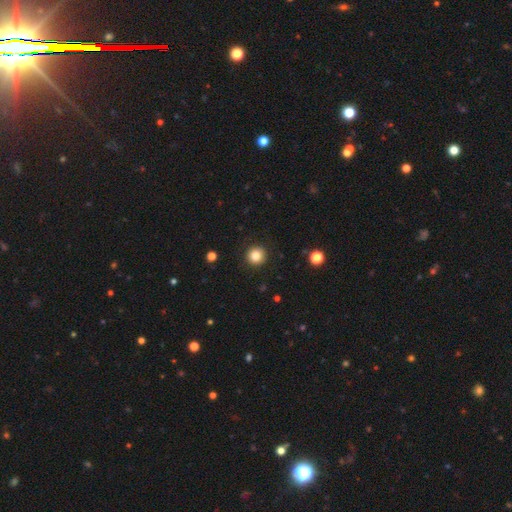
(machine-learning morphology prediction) This appears to be a smooth galaxy with no disk features (84%) that is round (95%). Merging: none (92%).